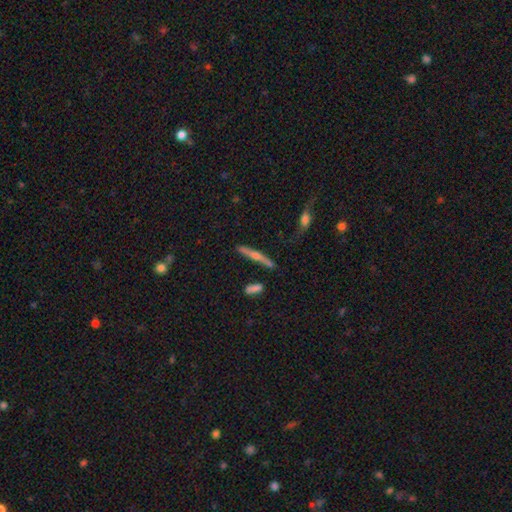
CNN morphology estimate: A featured or disk galaxy (68%) viewed edge-on (96%) with a rounded central bulge (89%).

Vote fractions:
- Smooth or featured? featured or disk: 68% / smooth: 25% / star or artifact: 7%
- Edge-on disk? yes: 96% / no: 4%
- Edge-on bulge? rounded: 89% / none: 7% / boxy: 4%
- Merging? none: 81% / minor disturbance: 12% / merger: 4% / major disturbance: 3%